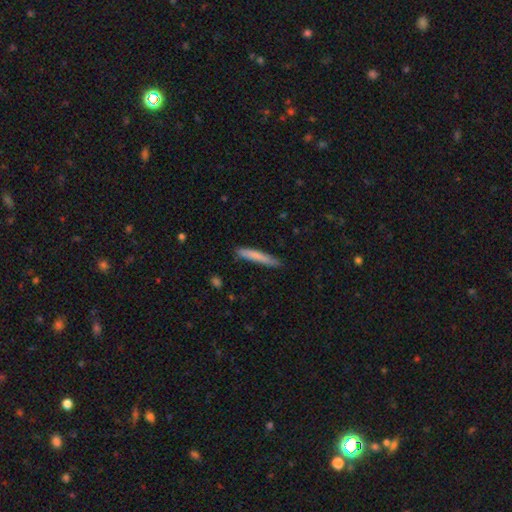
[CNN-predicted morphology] This appears to be a smooth galaxy with no disk features (78%) that is cigar-shaped (94%). Merging: none (82%).